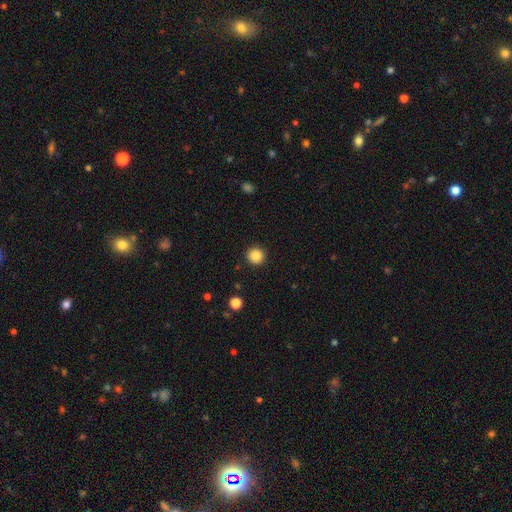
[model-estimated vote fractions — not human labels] Overall: smooth (86%). How rounded: round (95%). Merging: none (92%).